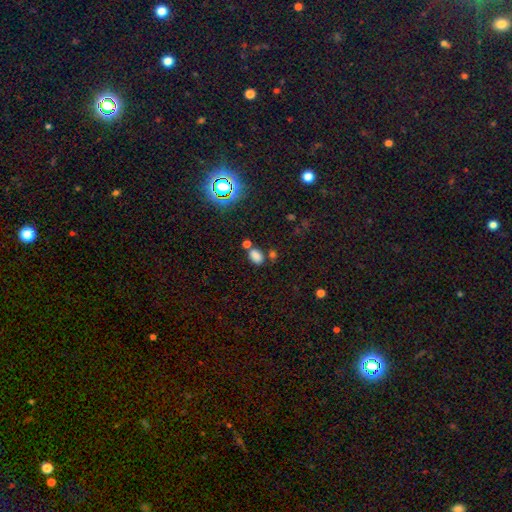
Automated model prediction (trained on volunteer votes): Overall: smooth (77%). How rounded: in between (82%). Merging: none (63%).